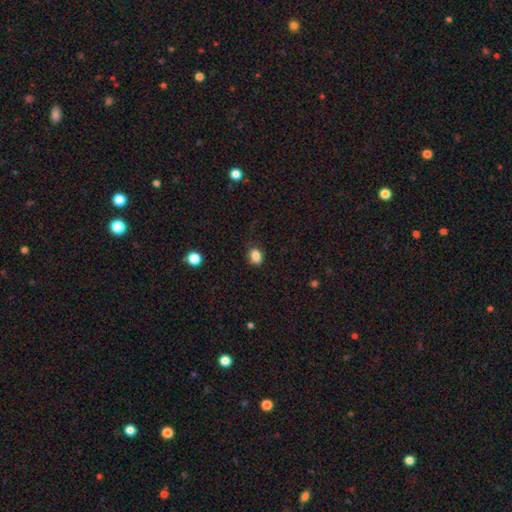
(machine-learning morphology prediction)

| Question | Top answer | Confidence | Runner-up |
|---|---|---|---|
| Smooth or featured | smooth | 83% | star or artifact (11%) |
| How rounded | in between | 63% | round (36%) |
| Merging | none | 74% | minor disturbance (20%) |